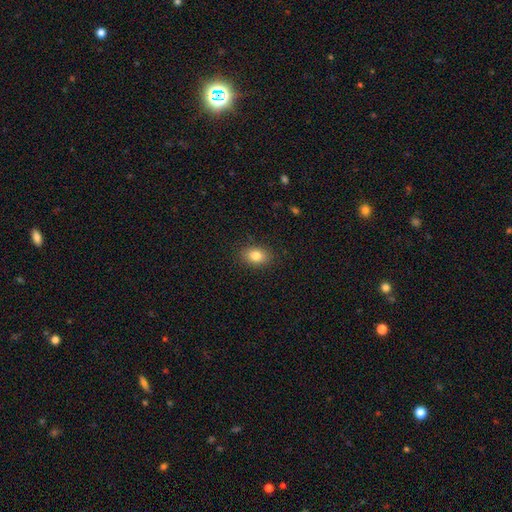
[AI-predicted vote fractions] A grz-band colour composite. It shows a smooth galaxy with no disk features (83%) that is in between round and cigar-shaped (75%). Merging: none (88%).